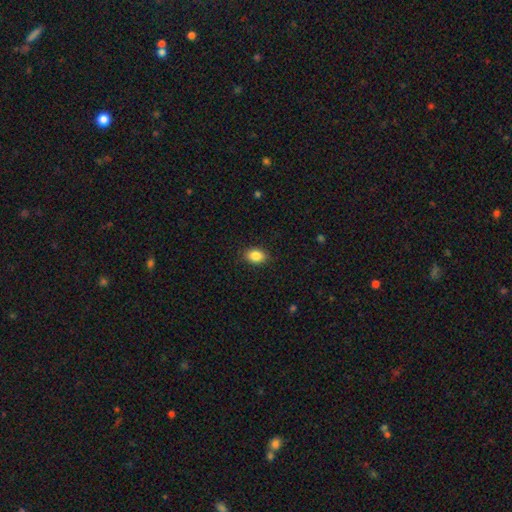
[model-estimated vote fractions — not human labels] This is clearly a smooth galaxy (87%). How rounded: likely in between (74%). Merging: clearly none (87%).